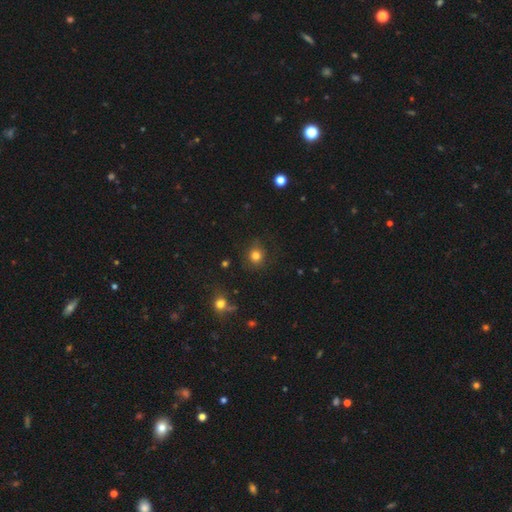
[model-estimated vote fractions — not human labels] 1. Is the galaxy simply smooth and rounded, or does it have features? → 79% smooth, 14% star or artifact, 7% featured or disk.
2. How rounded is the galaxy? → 88% round, 11% in between, 1% cigar-shaped.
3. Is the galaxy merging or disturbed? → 85% none, 10% minor disturbance, 4% major disturbance, 2% merger.